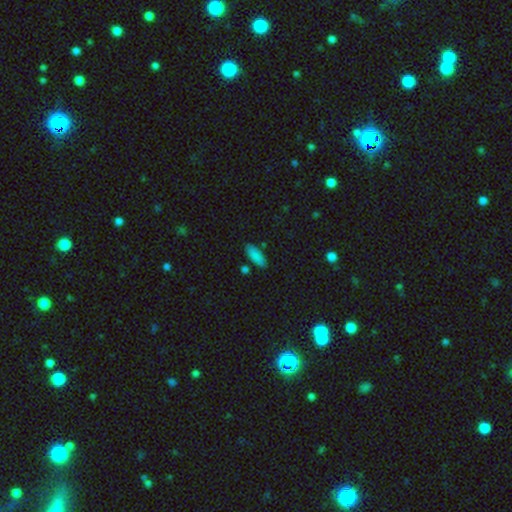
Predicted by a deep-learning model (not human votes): smooth_or_featured: smooth (p=0.86) [alt: star or artifact p=0.08]
how_rounded: in between (p=0.73) [alt: cigar-shaped p=0.25]
merging: none (p=0.84) [alt: minor disturbance p=0.10]